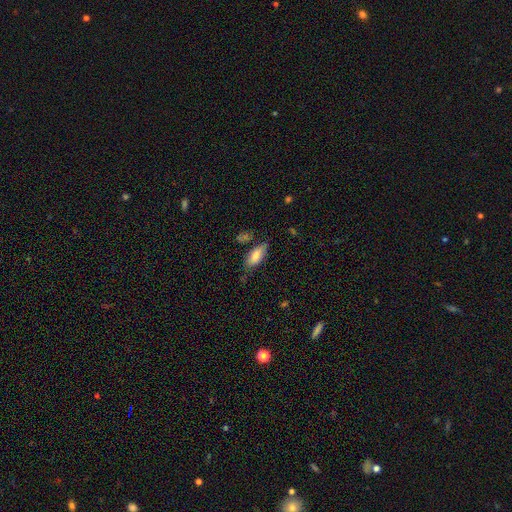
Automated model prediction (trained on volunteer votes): A smooth galaxy with no disk features (81%) that is in between round and cigar-shaped (80%). Merging: none (64%).